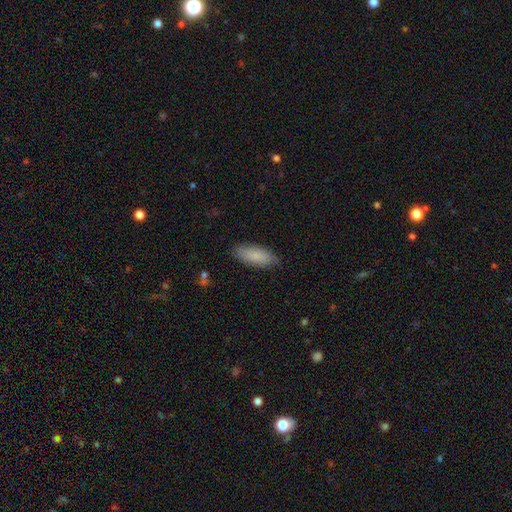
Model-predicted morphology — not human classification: Smooth or featured? smooth (86%)
How rounded? in between (77%)
Merging? none (86%)